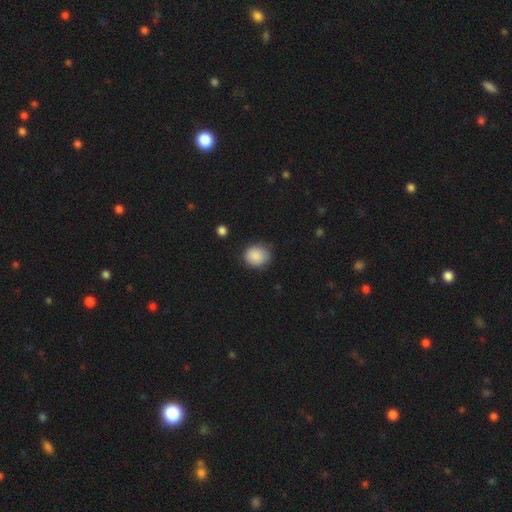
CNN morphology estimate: This appears to be a smooth galaxy with no disk features (88%) that is round (74%). Merging: none (79%).